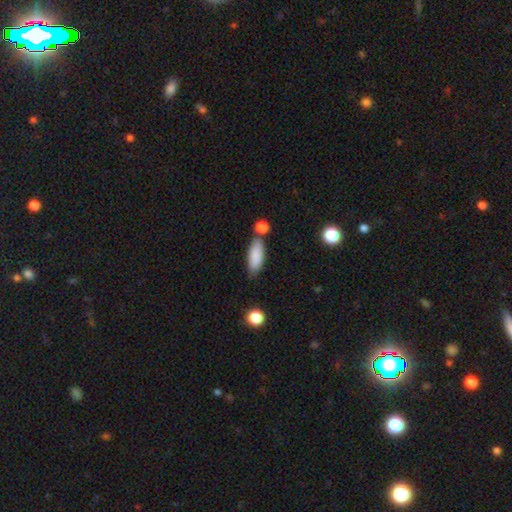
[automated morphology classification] Smooth or featured? Predicted: smooth (p=0.87). How rounded? Predicted: in between (p=0.70). Merging? Predicted: none (p=0.67).